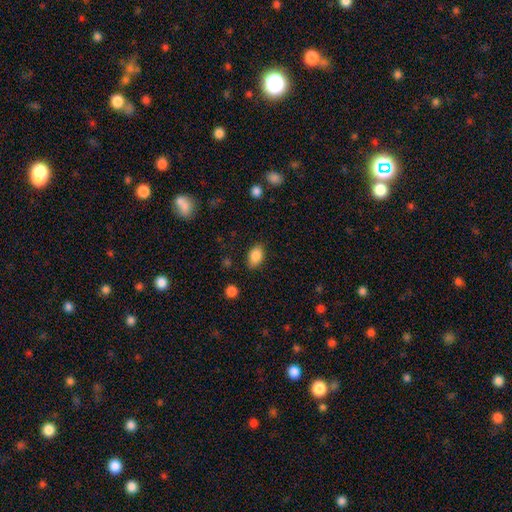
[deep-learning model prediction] smooth 86%, star or artifact 8%, featured or disk 6%. Down the decision tree: how rounded — in between (88%); merging — none (83%).